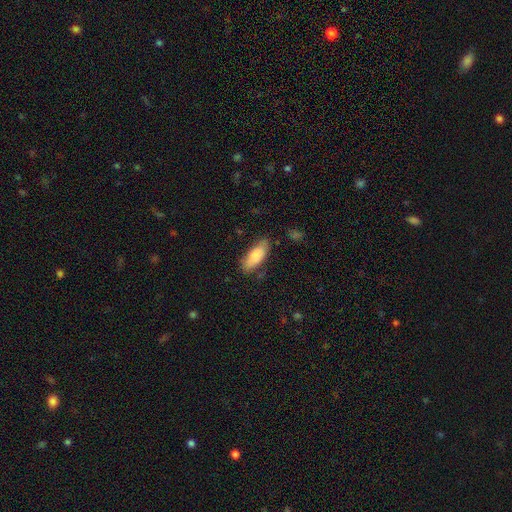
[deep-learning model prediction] This appears to be a smooth galaxy with no disk features (84%) that is in between round and cigar-shaped (77%). Merging: none (75%).